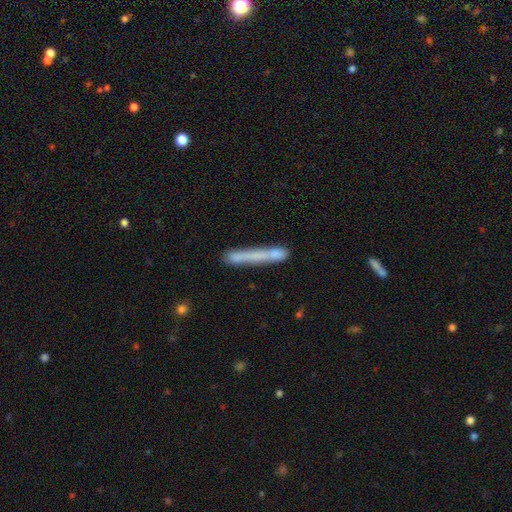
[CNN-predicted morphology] smooth 57%, featured or disk 34%, star or artifact 9%. Down the decision tree: how rounded — cigar-shaped (96%); merging — none (72%).